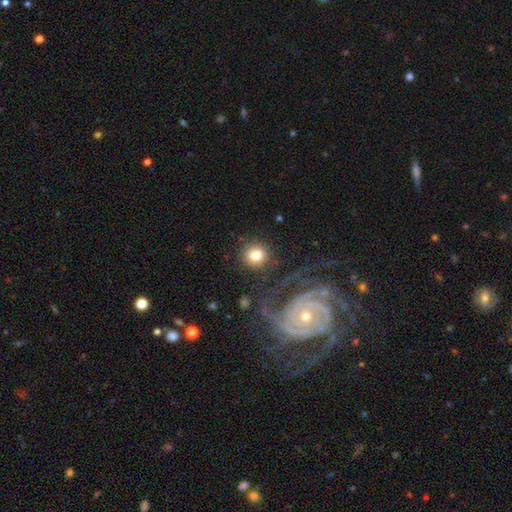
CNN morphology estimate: smooth-or-featured: smooth: 76% | featured or disk: 15% | star or artifact: 9%
  how-rounded: round: 91% | in between: 8% | cigar-shaped: 1%
  merging: none: 83% | minor disturbance: 8% | major disturbance: 5% | merger: 4%